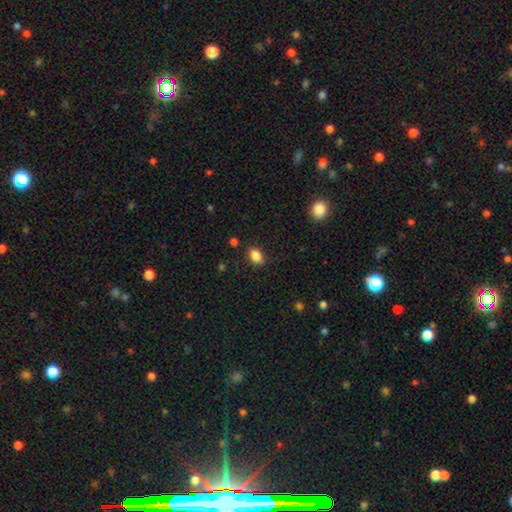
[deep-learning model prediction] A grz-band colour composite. It shows a smooth galaxy with no disk features (86%) that is in between round and cigar-shaped (82%). Merging: none (85%).